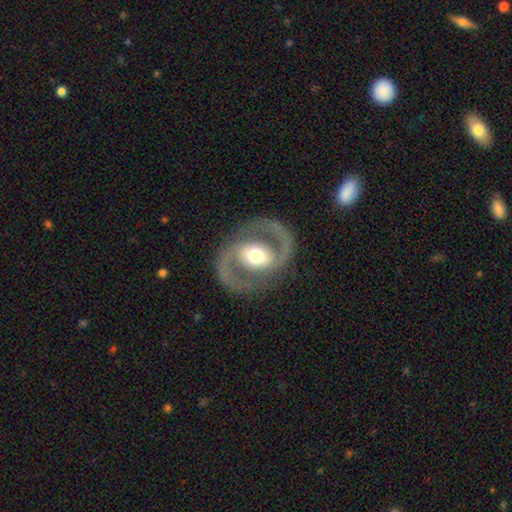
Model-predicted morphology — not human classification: A featured or disk galaxy (84%) with no bar (39%), 2 (92%) medium (56%) spiral arms (80%) and a moderate central bulge (65%).

Vote fractions:
- Smooth or featured? featured or disk: 84% / smooth: 11% / star or artifact: 4%
- Edge-on disk? no: 97% / yes: 3%
- Bar? no: 39% / weak: 32% / strong: 29%
- Spiral arms? yes: 80% / no: 20%
- Spiral winding? medium: 56% / loose: 23% / tight: 21%
- Spiral arm count? 2: 92% / can't tell: 3% / 1: 2% / 3: 1% / 4: 1% / more than 4: 1%
- Bulge size? moderate: 65% / large: 25% / small: 7% / dominant: 3% / none: 1%
- Merging? none: 83% / minor disturbance: 9% / major disturbance: 6% / merger: 1%